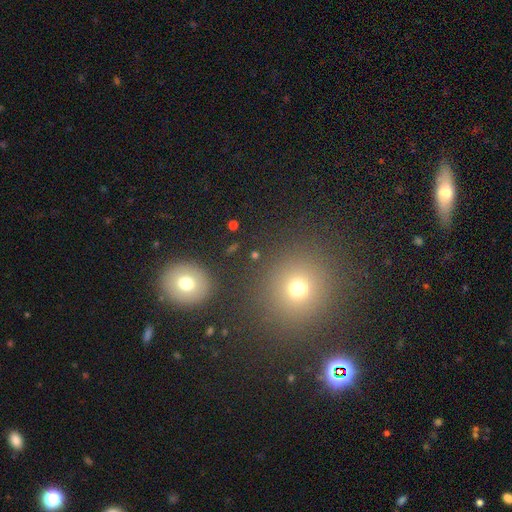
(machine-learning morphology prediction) smooth 62%, star or artifact 27%, featured or disk 11%. Down the decision tree: how rounded — round (85%); merging — none (85%).